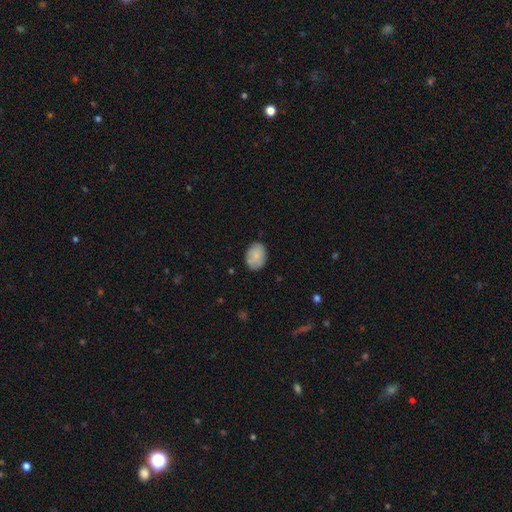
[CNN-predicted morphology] The model was most divided on "how rounded": in between: 70%, round: 29%, cigar-shaped: 1%. More confident: smooth or featured — smooth (82%); merging — none (80%).